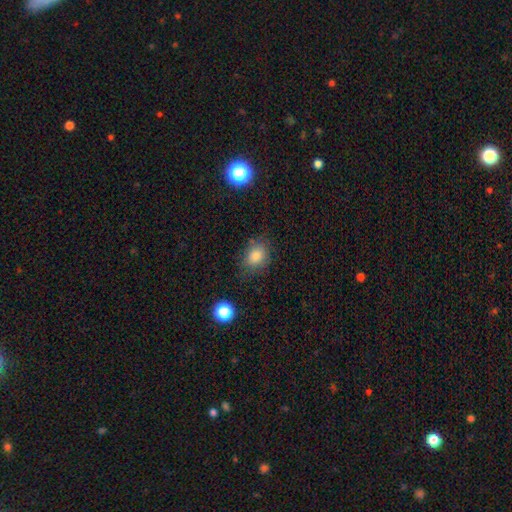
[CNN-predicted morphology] Smooth or featured? Predicted: smooth (p=0.81). How rounded? Predicted: in between (p=0.55). Merging? Predicted: none (p=0.74).